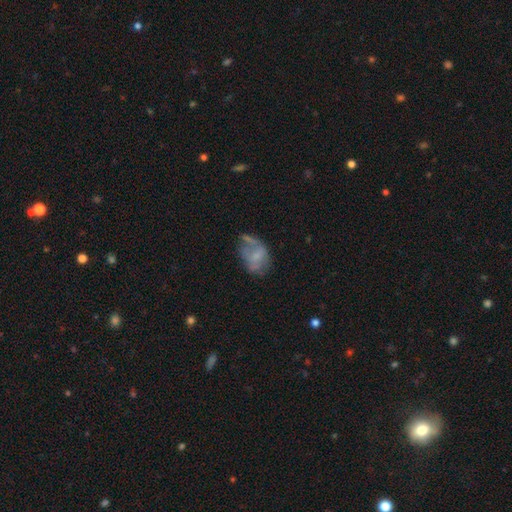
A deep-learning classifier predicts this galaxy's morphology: Smooth or featured: smooth — 49% (featured or disk — 41%)
Merging: none — 32% (major disturbance — 30%)